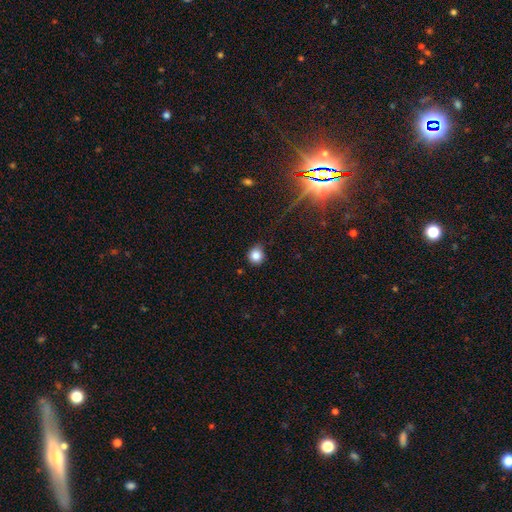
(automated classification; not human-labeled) Smooth or featured?
  - smooth: 83% *
  - star or artifact: 12%
  - featured or disk: 5%
How rounded?
  - round: 87% *
  - in between: 12%
  - cigar-shaped: 1%
Merging?
  - none: 84% *
  - minor disturbance: 12%
  - major disturbance: 3%
  - merger: 2%